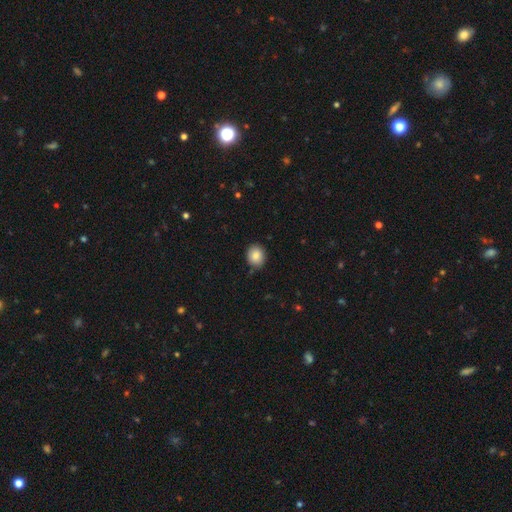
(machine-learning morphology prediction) smooth_or_featured: smooth (p=0.85) [alt: star or artifact p=0.09]
how_rounded: round (p=0.68) [alt: in between p=0.31]
merging: none (p=0.86) [alt: minor disturbance p=0.10]